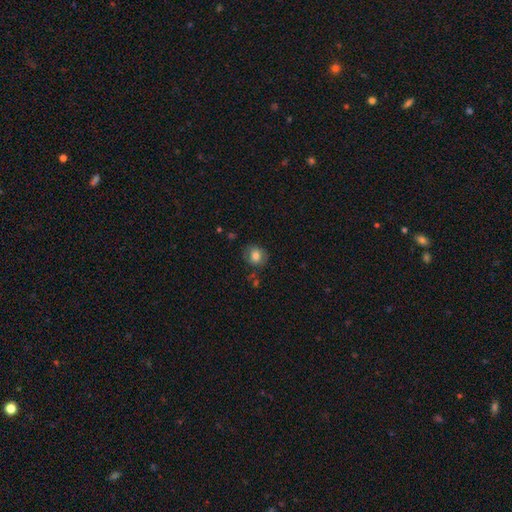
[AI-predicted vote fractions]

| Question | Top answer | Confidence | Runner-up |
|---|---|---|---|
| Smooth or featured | smooth | 77% | featured or disk (14%) |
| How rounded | round | 67% | in between (32%) |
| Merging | none | 73% | minor disturbance (18%) |